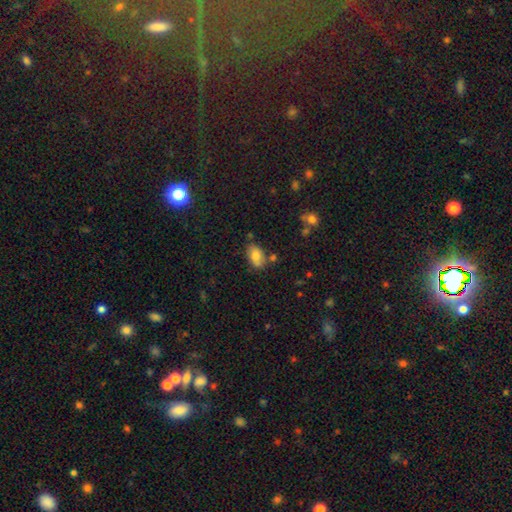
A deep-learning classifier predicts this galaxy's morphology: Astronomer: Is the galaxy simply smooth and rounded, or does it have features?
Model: smooth — 78%.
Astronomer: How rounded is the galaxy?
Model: in between — 89%.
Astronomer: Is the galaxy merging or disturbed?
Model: none — 69%.